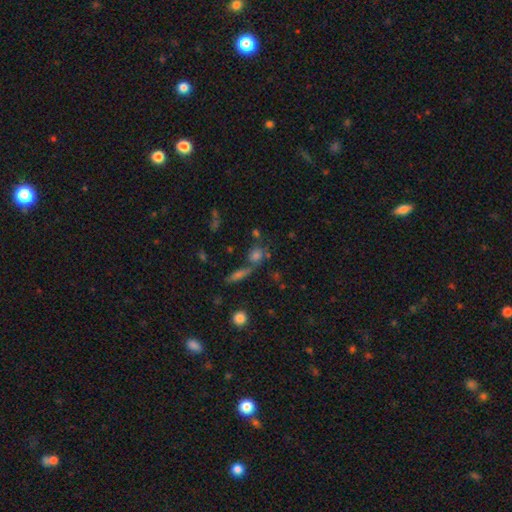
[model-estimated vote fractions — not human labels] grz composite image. It shows a smooth galaxy with no disk features (60%) that is round (67%). Merging: none (57%).